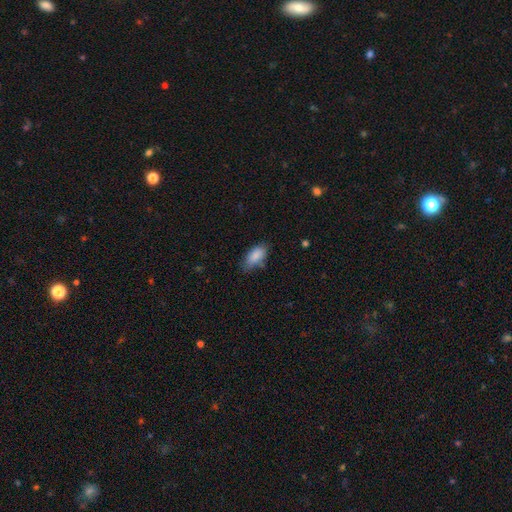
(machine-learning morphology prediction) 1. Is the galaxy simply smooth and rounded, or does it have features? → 87% smooth, 7% star or artifact, 6% featured or disk.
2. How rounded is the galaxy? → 91% in between, 6% cigar-shaped, 3% round.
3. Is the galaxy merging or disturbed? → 62% none, 28% minor disturbance, 6% major disturbance, 4% merger.